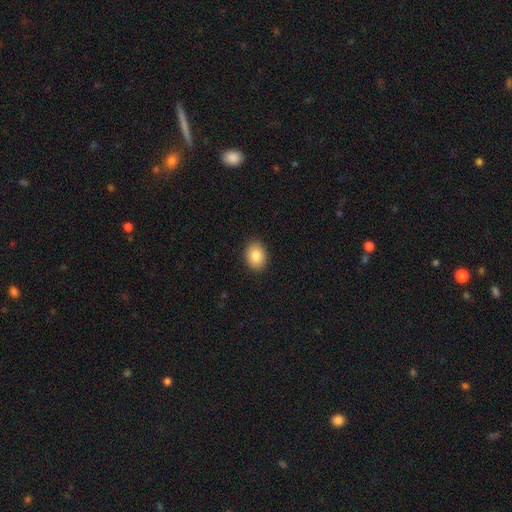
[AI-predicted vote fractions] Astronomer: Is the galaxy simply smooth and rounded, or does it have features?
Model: smooth — 84%.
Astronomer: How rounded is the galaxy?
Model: in between — 59% (runner-up: round, 40%).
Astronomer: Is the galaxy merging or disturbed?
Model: none — 90%.